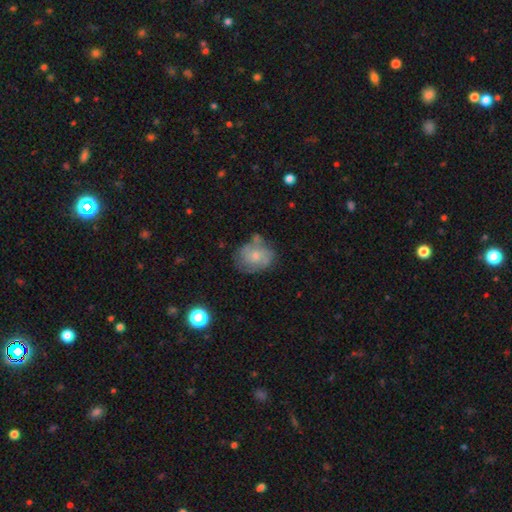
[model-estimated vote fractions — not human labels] Smooth or featured? Predicted: smooth (p=0.47). Merging? Predicted: none (p=0.51).